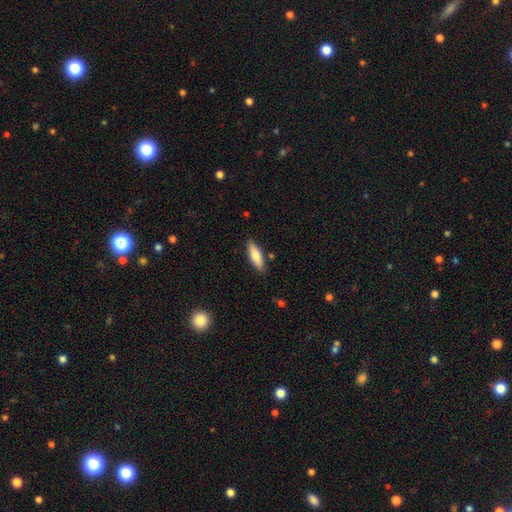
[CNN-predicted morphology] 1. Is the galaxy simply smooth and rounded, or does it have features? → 74% smooth, 21% featured or disk, 6% star or artifact.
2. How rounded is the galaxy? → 52% in between, 46% cigar-shaped, 2% round.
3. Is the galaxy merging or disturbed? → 85% none, 11% minor disturbance, 2% merger, 2% major disturbance.